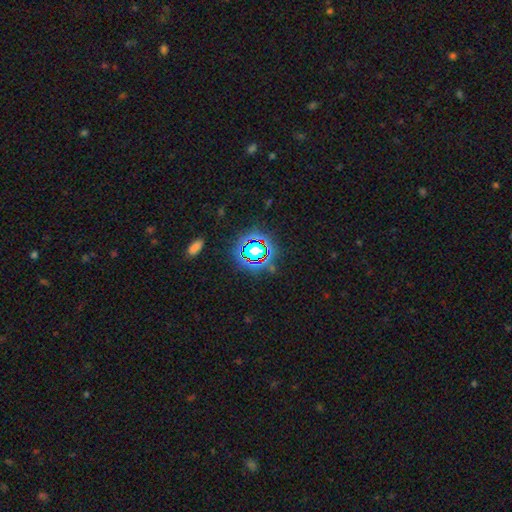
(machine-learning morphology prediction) The model was most divided on "smooth or featured": star or artifact: 64%, smooth: 24%, featured or disk: 12%.